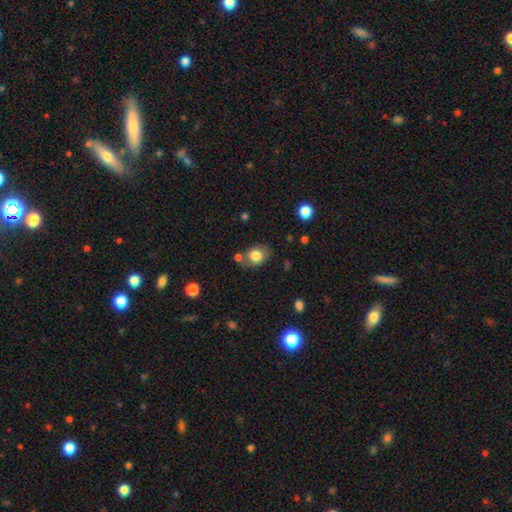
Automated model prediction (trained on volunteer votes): Smooth or featured? smooth (77%)
How rounded? in between (62%)
Merging? none (62%)